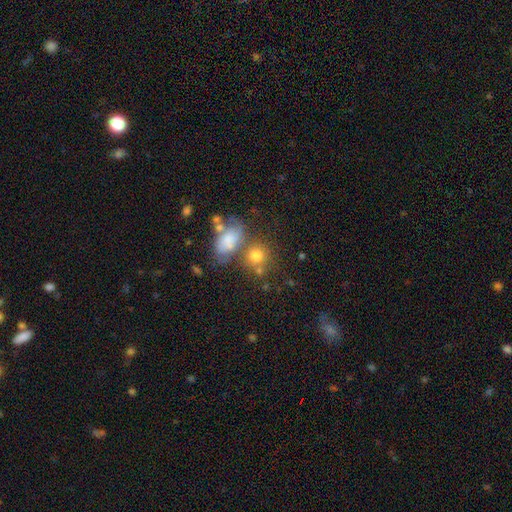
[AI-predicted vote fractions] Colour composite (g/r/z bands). It shows a smooth galaxy with no disk features (68%) that is round (62%). Merging: none (51%).